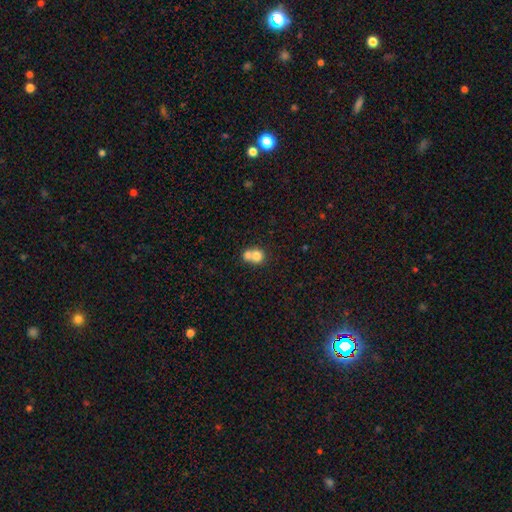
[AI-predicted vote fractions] smooth 75%, featured or disk 15%, star or artifact 10%. Down the decision tree: how rounded — round (79%); merging — merger (63%).